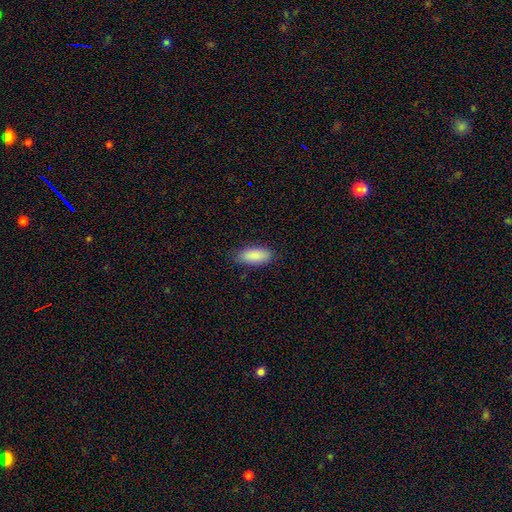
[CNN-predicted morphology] This appears to be a smooth galaxy with no disk features (89%) that is in between round and cigar-shaped (86%). Merging: none (83%).